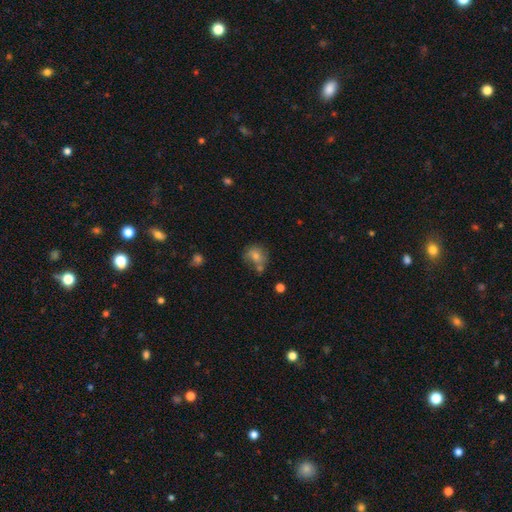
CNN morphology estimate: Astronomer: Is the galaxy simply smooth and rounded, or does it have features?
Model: smooth — 67%.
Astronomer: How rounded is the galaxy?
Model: round — 69%.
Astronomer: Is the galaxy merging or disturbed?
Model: none — 50%.